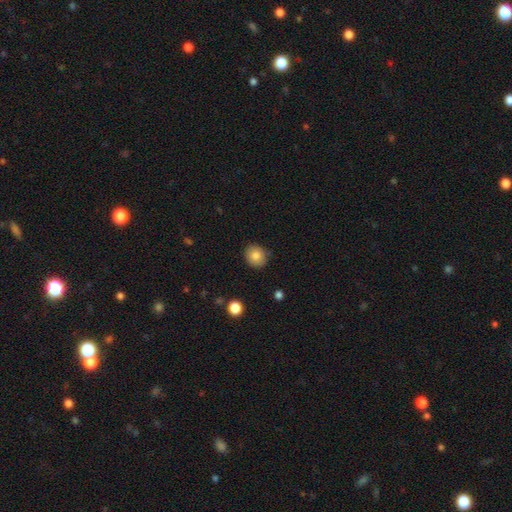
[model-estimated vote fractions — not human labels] A smooth galaxy with no disk features (83%) that is round (82%). Merging: none (87%).